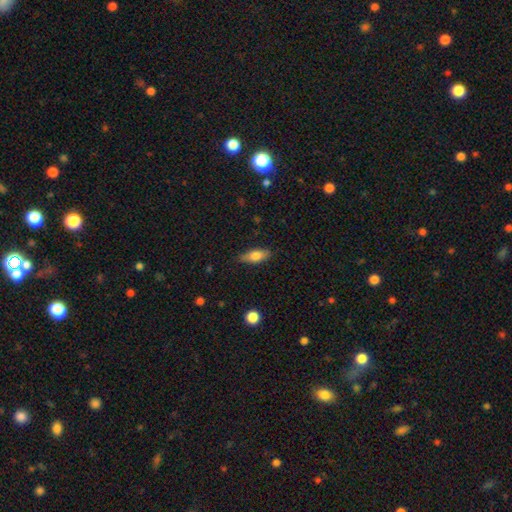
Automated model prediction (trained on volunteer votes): A smooth galaxy with no disk features (74%) that is in between round and cigar-shaped (72%). Merging: none (80%).